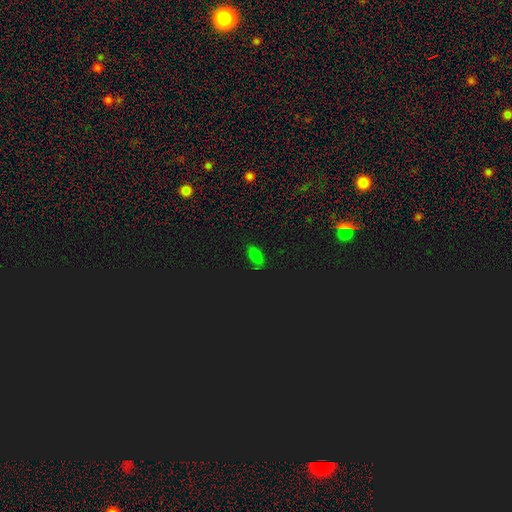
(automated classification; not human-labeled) Q: Smooth or featured?
A: smooth (62%); runner-up: star or artifact (31%)
Q: How rounded?
A: in between (88%); runner-up: round (7%)
Q: Merging?
A: none (82%); runner-up: minor disturbance (13%)